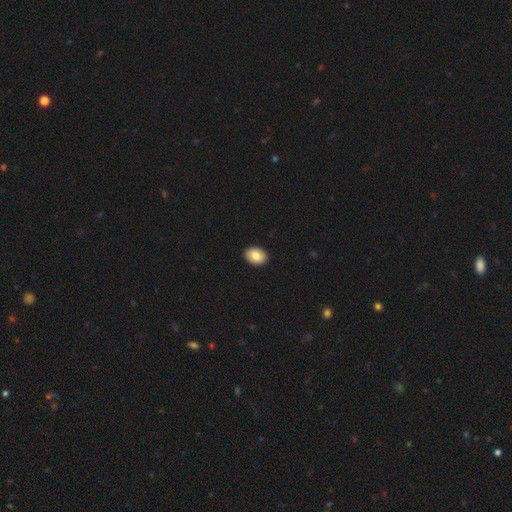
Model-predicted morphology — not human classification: The model was most divided on "how rounded": in between: 73%, round: 26%, cigar-shaped: 1%. More confident: merging — none (92%); smooth or featured — smooth (86%).